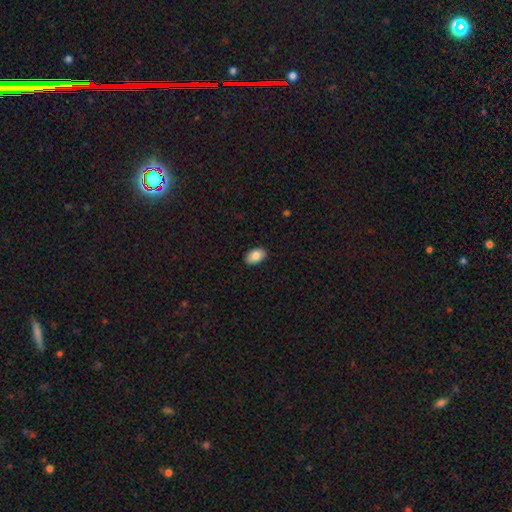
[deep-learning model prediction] smooth_or_featured: smooth (p=0.84) [alt: featured or disk p=0.09]
how_rounded: in between (p=0.91) [alt: round p=0.08]
merging: none (p=0.88) [alt: minor disturbance p=0.09]